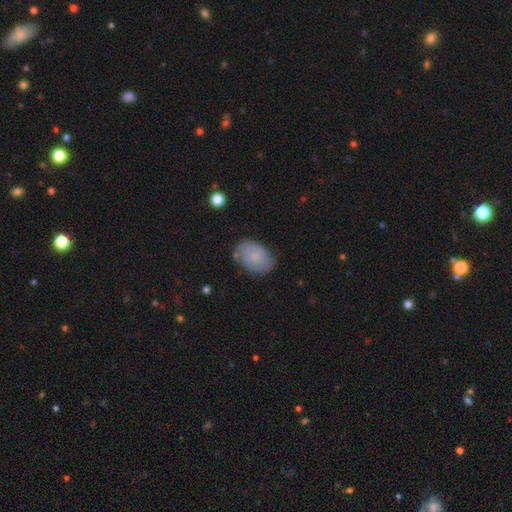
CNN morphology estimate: Smooth or featured? Predicted: smooth (p=0.65). How rounded? Predicted: in between (p=0.83). Merging? Predicted: none (p=0.71).